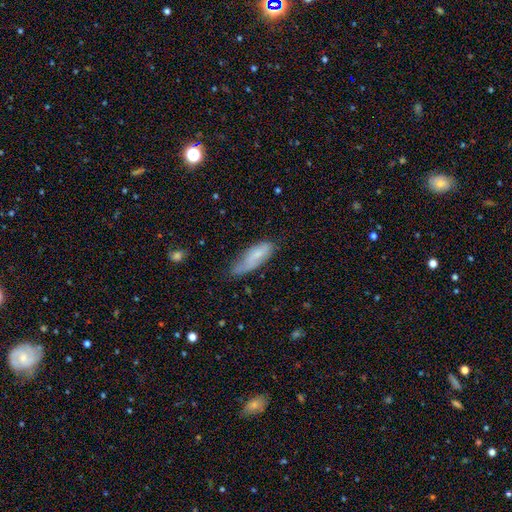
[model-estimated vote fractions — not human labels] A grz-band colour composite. It shows a smooth galaxy with no disk features (65%) that is in between round and cigar-shaped (65%). Merging: none (43%).